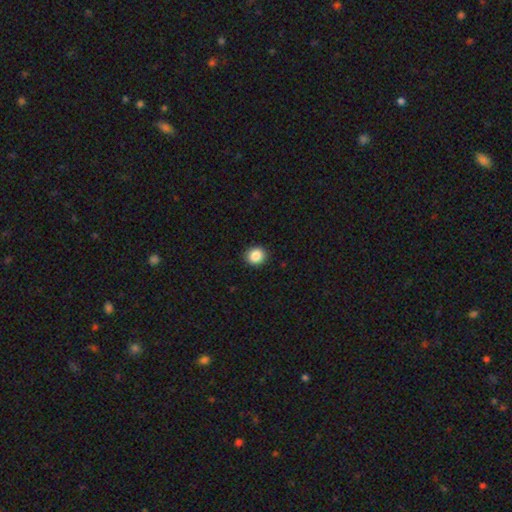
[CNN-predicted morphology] Smooth or featured?
  - smooth: 87% *
  - star or artifact: 9%
  - featured or disk: 4%
How rounded?
  - round: 81% *
  - in between: 18%
  - cigar-shaped: 1%
Merging?
  - none: 92% *
  - minor disturbance: 6%
  - major disturbance: 2%
  - merger: 1%